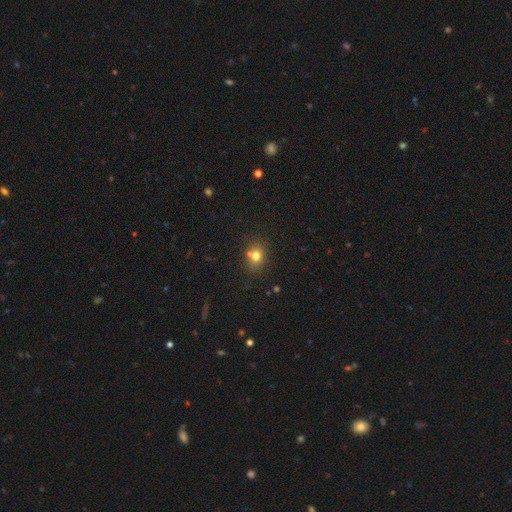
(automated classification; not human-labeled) smooth 74%, star or artifact 15%, featured or disk 11%. Down the decision tree: how rounded — round (63%); merging — none (66%).